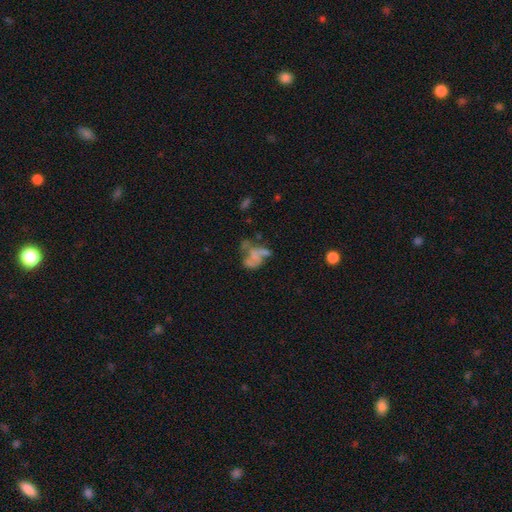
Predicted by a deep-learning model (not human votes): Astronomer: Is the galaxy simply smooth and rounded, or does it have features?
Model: featured or disk — 52% (runner-up: smooth, 34%).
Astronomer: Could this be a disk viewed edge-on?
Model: no — 98%.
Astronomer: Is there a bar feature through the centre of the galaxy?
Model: no — 83%.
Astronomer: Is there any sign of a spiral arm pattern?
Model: no — 62% (runner-up: yes, 38%).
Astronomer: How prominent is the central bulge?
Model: none — 67%.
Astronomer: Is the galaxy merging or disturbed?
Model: major disturbance — 35% (runner-up: merger, 26%).